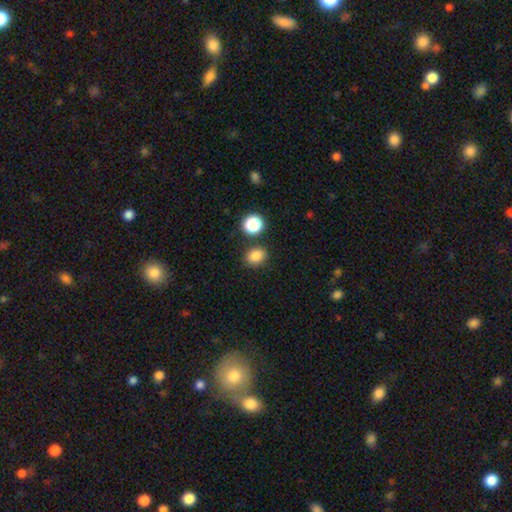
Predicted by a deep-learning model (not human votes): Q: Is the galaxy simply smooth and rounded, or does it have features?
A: smooth — 83%.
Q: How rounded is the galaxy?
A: in between — 51%.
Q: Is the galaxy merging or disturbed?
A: none — 80%.